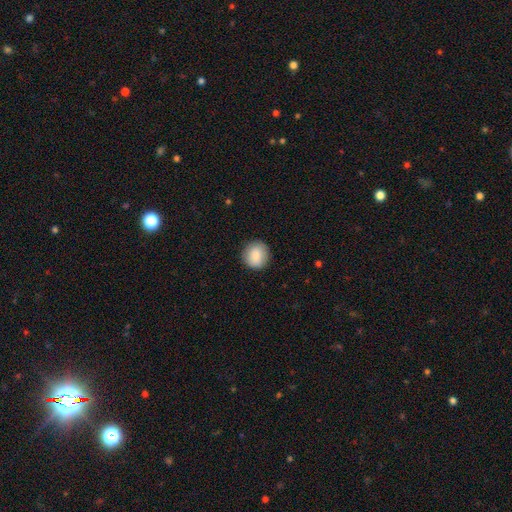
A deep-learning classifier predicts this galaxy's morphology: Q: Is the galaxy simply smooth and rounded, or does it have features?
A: smooth — 86%.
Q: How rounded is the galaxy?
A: round — 91%.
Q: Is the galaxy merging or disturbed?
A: none — 89%.